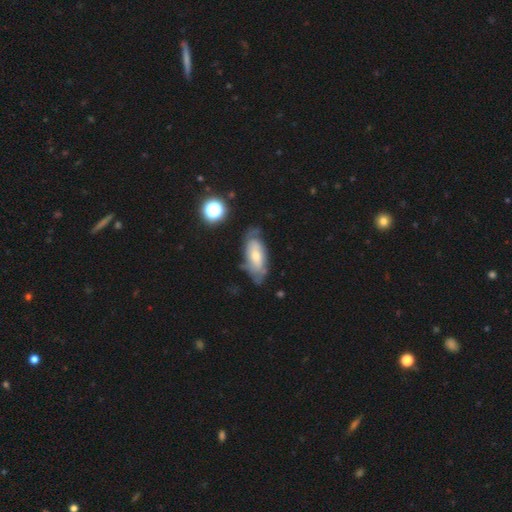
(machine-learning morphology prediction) Smooth or featured? featured or disk (54%)
Edge-on disk? no (87%)
Merging? none (55%)